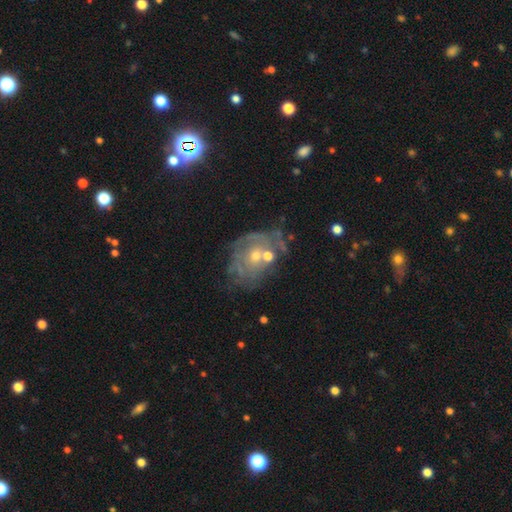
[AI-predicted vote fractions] Morphology: type=featured or disk (68%); edge-on=no (97%); bar=no (82%); spiral arms=yes (57%); bulge=small (55%); merging=none (46%).